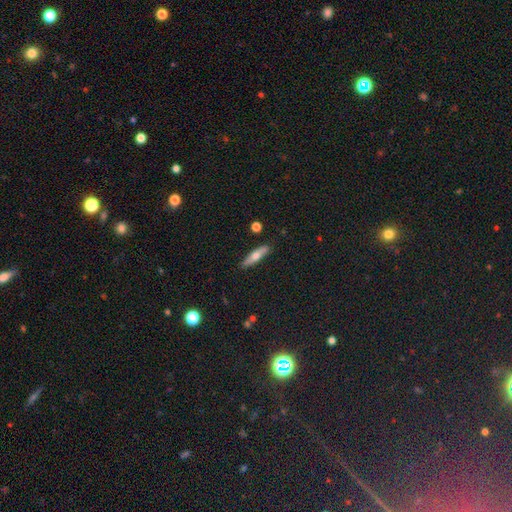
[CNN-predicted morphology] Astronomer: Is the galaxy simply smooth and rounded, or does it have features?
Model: smooth — 53% (runner-up: featured or disk, 41%).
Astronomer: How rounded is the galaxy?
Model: cigar-shaped — 76%.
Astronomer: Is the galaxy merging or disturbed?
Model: none — 88%.